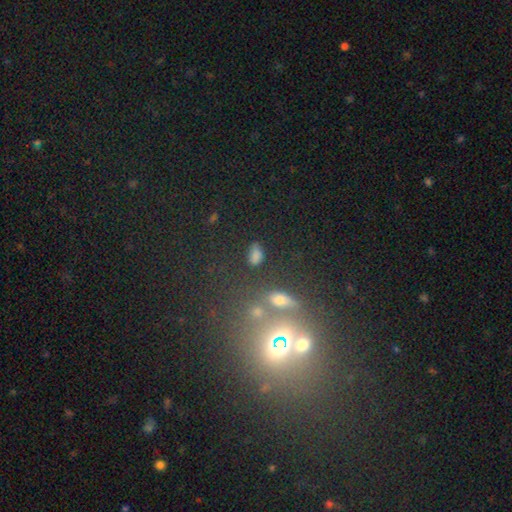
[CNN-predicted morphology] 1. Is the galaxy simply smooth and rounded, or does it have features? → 59% smooth, 29% star or artifact, 12% featured or disk.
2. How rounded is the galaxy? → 74% in between, 17% round, 9% cigar-shaped.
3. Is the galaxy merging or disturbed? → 72% none, 12% minor disturbance, 10% merger, 6% major disturbance.